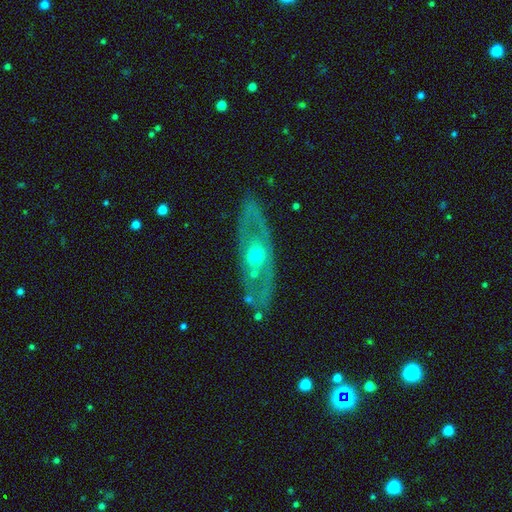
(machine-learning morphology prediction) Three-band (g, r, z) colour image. It shows a featured or disk galaxy (72%) with no bar (86%), no spiral arms (69%) and a moderate central bulge (61%). Merging: none (78%).